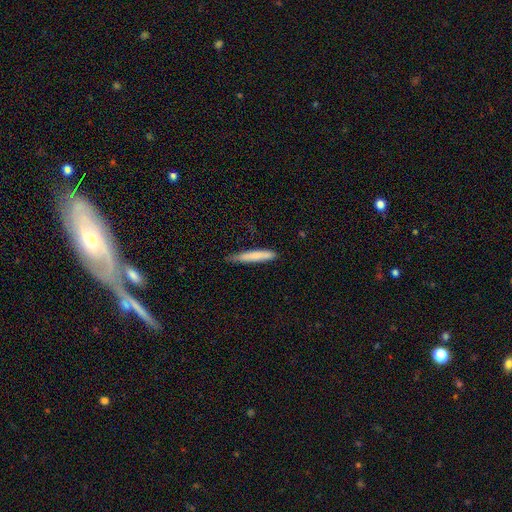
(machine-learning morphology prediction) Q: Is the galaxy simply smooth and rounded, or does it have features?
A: smooth — 78%.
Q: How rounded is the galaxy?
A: cigar-shaped — 94%.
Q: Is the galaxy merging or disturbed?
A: none — 73%.